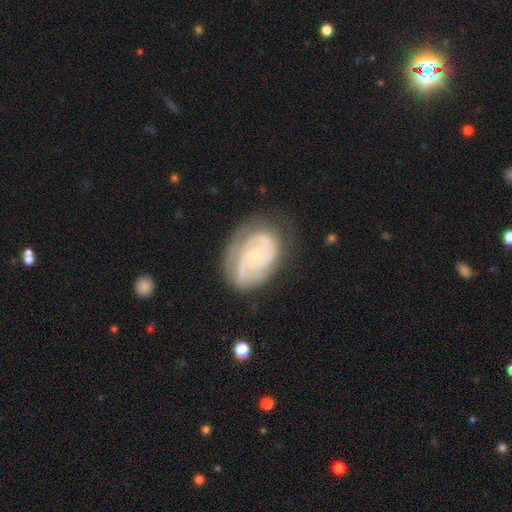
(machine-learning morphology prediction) Smooth or featured? Predicted: featured or disk (p=0.86). Edge-on disk? Predicted: no (p=0.98). Bar? Predicted: no (p=0.63). Spiral arms? Predicted: yes (p=0.96). Spiral winding? Predicted: tight (p=0.58). Spiral arm count? Predicted: 2 (p=0.51). Bulge size? Predicted: small (p=0.76). Merging? Predicted: none (p=0.67).